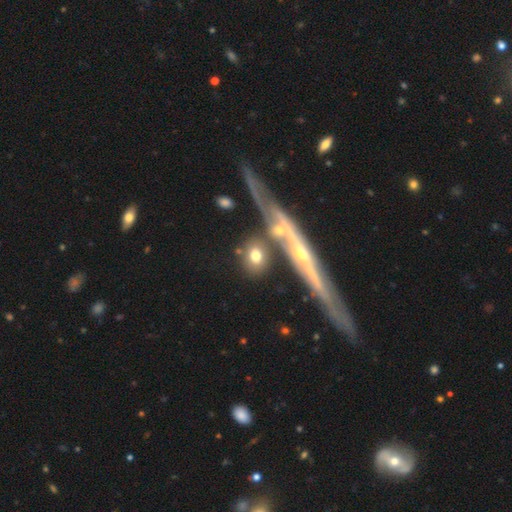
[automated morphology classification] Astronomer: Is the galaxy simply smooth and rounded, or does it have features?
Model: smooth — 70%.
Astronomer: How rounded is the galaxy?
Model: round — 54% (runner-up: in between, 39%).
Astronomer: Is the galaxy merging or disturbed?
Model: none — 67%.